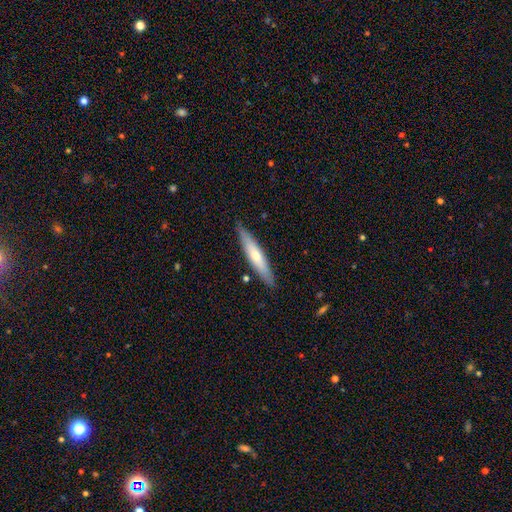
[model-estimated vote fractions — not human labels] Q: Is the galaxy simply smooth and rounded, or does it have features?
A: smooth — 49%.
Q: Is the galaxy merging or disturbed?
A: none — 88%.